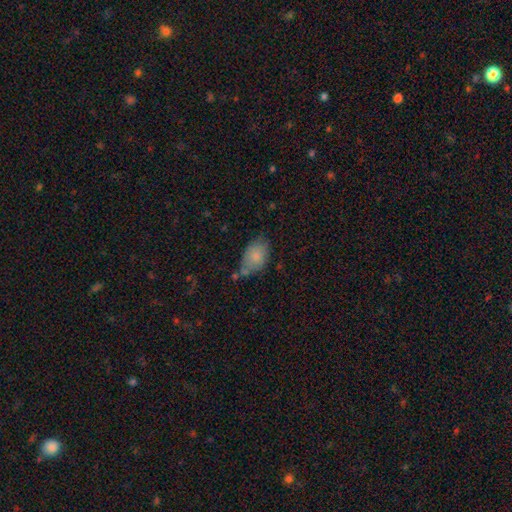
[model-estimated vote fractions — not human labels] This appears to be a smooth galaxy with no disk features (82%) that is in between round and cigar-shaped (86%). Merging: none (52%).